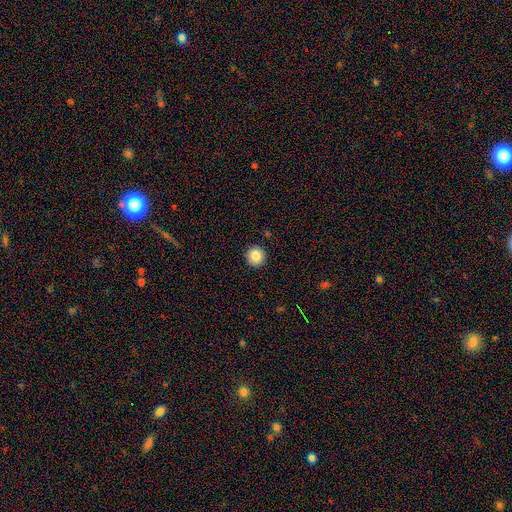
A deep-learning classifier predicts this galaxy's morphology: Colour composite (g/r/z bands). It shows a smooth galaxy with no disk features (85%) that is round (93%). Merging: none (92%).